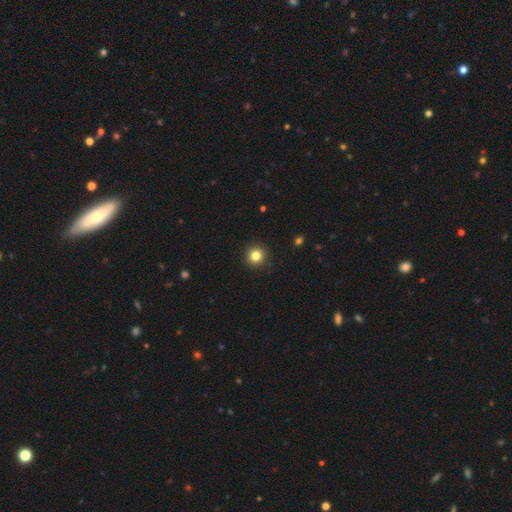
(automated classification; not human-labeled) Overall: smooth (83%). How rounded: round (94%). Merging: none (93%).